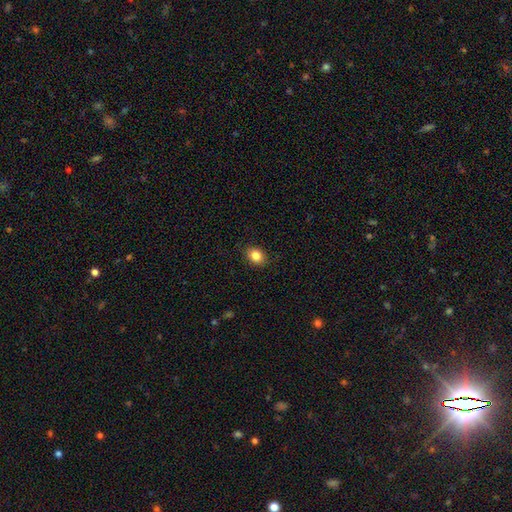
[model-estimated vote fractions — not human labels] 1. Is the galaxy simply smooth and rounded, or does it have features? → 85% smooth, 9% star or artifact, 5% featured or disk.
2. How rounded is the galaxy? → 57% in between, 42% round, 1% cigar-shaped.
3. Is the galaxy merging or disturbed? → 88% none, 9% minor disturbance, 2% major disturbance, 1% merger.